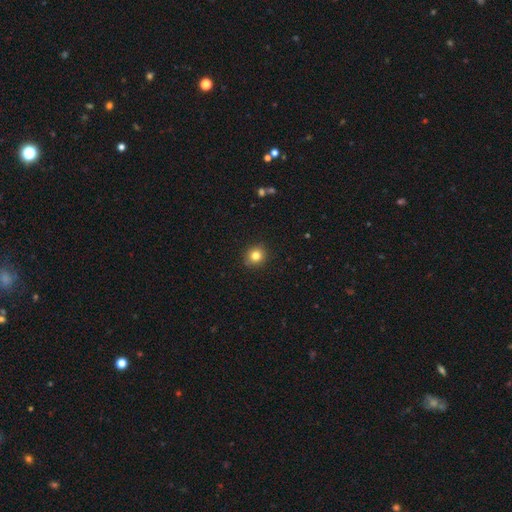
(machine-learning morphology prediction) The model was most divided on "smooth or featured": smooth: 81%, star or artifact: 12%, featured or disk: 7%. More confident: merging — none (90%); how rounded — round (88%).